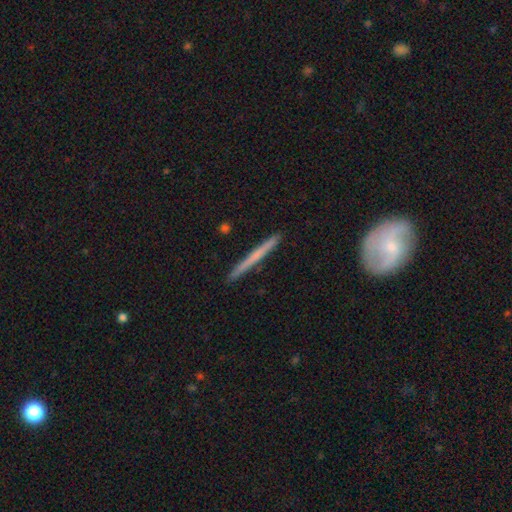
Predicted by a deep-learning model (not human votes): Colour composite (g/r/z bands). It shows a smooth galaxy with no disk features (50%) that is cigar-shaped (97%). Merging: none (92%).